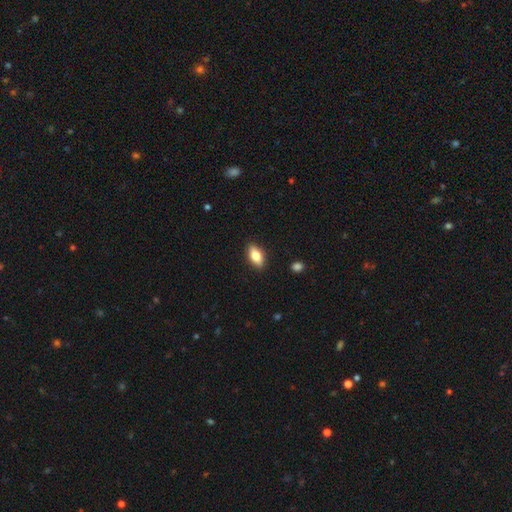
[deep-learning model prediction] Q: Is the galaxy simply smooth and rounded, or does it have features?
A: smooth — 76%.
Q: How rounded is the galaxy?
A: in between — 85%.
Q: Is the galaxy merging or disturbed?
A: none — 88%.